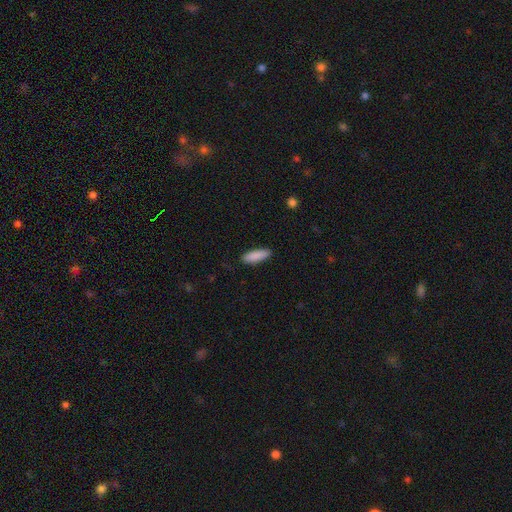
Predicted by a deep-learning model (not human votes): A smooth galaxy with no disk features (89%) that is cigar-shaped (49%, tied with in between).

Vote fractions:
- Smooth or featured? smooth: 89% / star or artifact: 6% / featured or disk: 5%
- How rounded? cigar-shaped: 49% (tied) / in between: 49% (tied) / round: 2%
- Merging? none: 88% / minor disturbance: 9% / major disturbance: 2% / merger: 1%